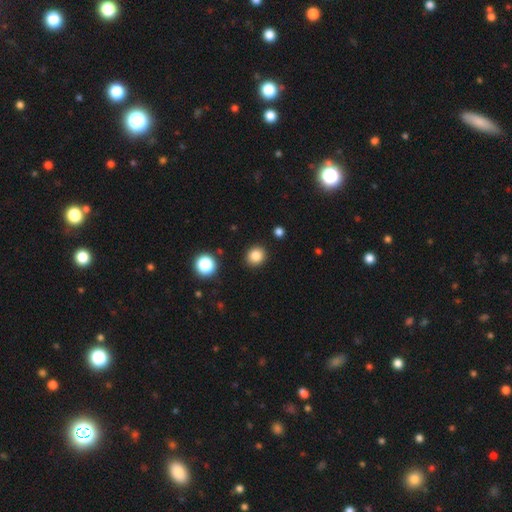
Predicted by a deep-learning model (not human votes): Q: Smooth or featured?
A: smooth (83%); runner-up: star or artifact (12%)
Q: How rounded?
A: round (78%); runner-up: in between (21%)
Q: Merging?
A: none (90%); runner-up: minor disturbance (6%)